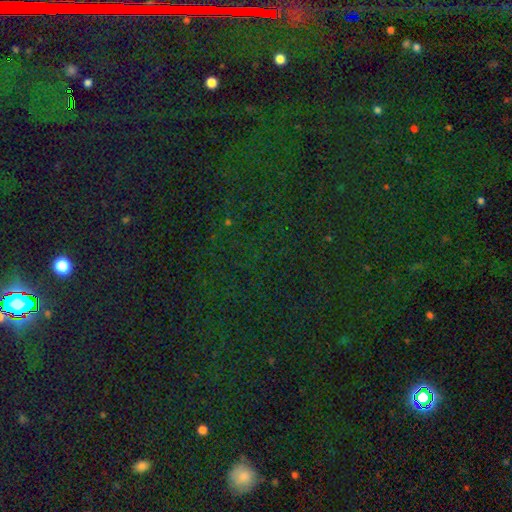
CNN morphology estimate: Smooth or featured? Predicted: star or artifact (p=0.81).